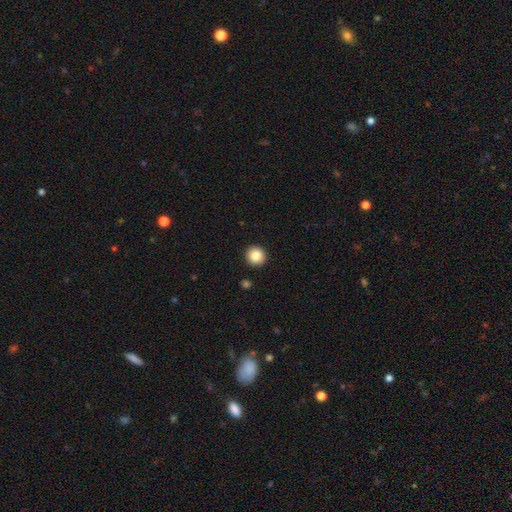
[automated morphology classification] smooth_or_featured: smooth (p=0.85) [alt: star or artifact p=0.09]
how_rounded: round (p=0.94) [alt: in between p=0.05]
merging: none (p=0.93) [alt: minor disturbance p=0.04]